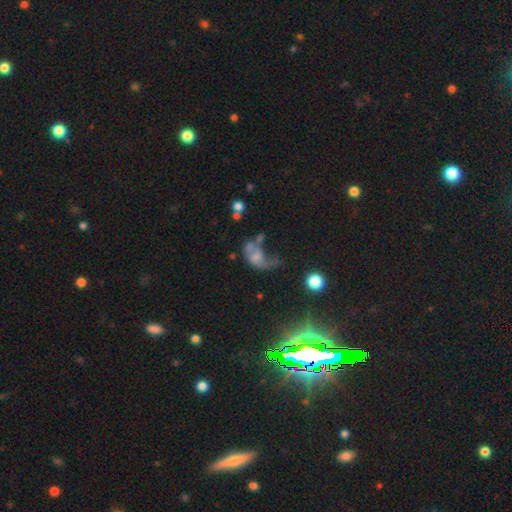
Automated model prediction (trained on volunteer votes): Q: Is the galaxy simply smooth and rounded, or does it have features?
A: featured or disk — 44%.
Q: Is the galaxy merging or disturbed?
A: major disturbance — 46%.